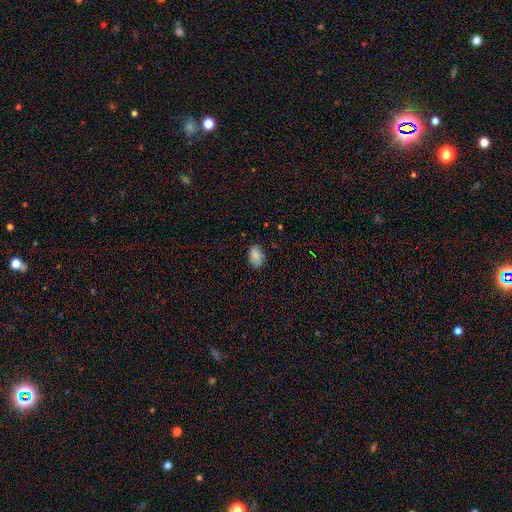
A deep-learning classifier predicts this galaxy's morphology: Q: Smooth or featured?
A: smooth (84%); runner-up: star or artifact (8%)
Q: How rounded?
A: in between (86%); runner-up: round (13%)
Q: Merging?
A: none (78%); runner-up: minor disturbance (17%)